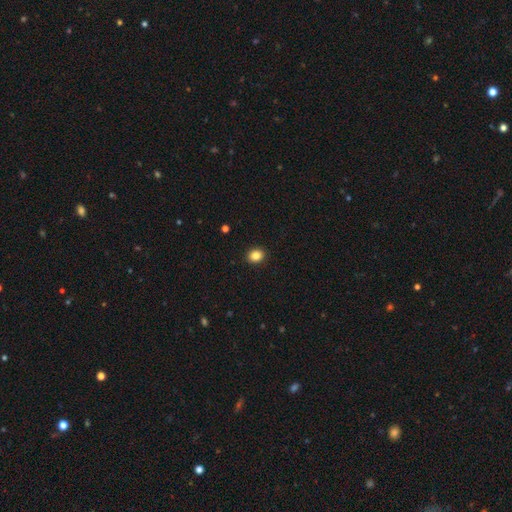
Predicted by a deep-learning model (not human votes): smooth-or-featured: smooth: 86% | star or artifact: 10% | featured or disk: 4%
  how-rounded: round: 62% | in between: 37% | cigar-shaped: 1%
  merging: none: 92% | minor disturbance: 5% | major disturbance: 2% | merger: 1%